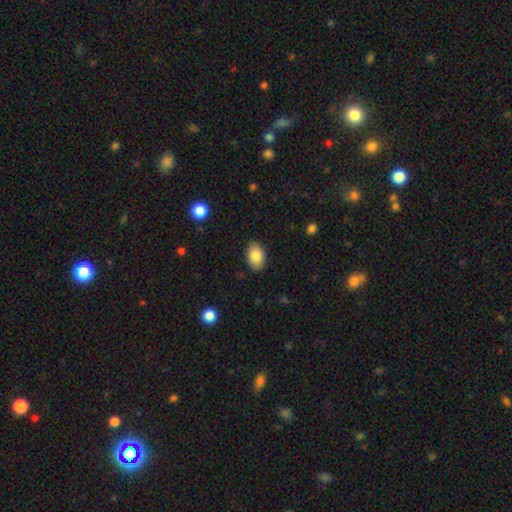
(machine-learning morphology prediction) A smooth galaxy with no disk features (83%) that is in between round and cigar-shaped (88%).

Vote fractions:
- Smooth or featured? smooth: 83% / featured or disk: 10% / star or artifact: 7%
- How rounded? in between: 88% / round: 11% / cigar-shaped: 1%
- Merging? none: 88% / minor disturbance: 9% / major disturbance: 2% / merger: 1%